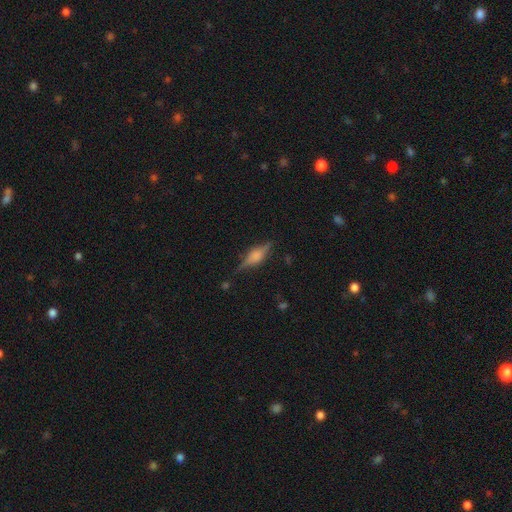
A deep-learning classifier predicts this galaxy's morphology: Smooth or featured? featured or disk (63%)
Edge-on disk? yes (96%)
Edge-on bulge? rounded (77%)
Merging? none (80%)